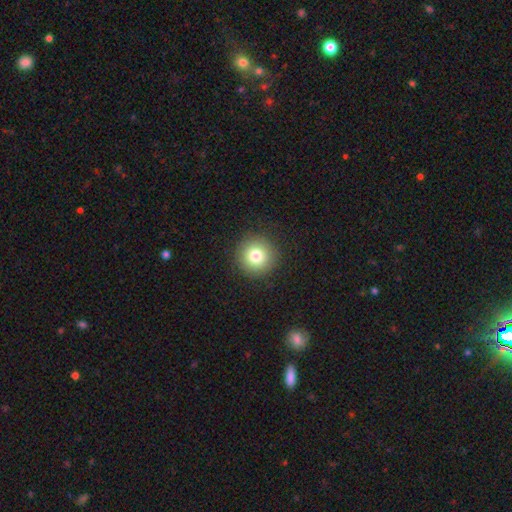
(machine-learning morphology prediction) smooth 79%, star or artifact 11%, featured or disk 9%. Down the decision tree: how rounded — round (96%); merging — none (91%).